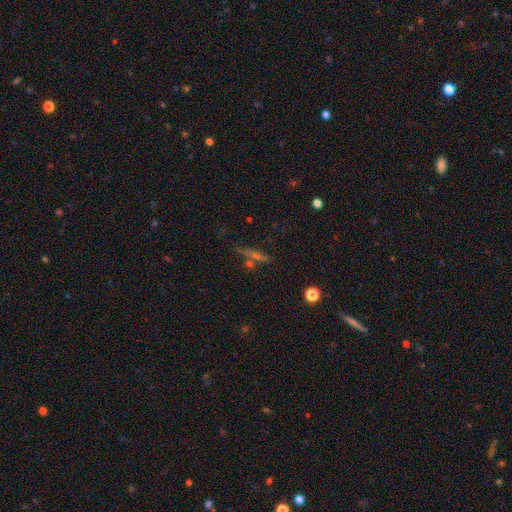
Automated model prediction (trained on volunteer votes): smooth_or_featured: featured or disk (p=0.49) [alt: smooth p=0.31]
merging: none (p=0.73) [alt: minor disturbance p=0.12]